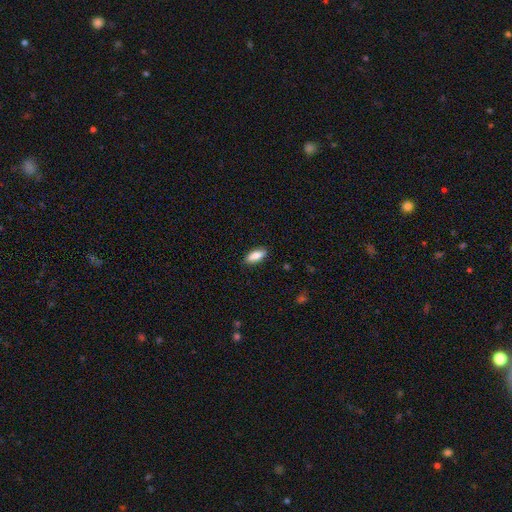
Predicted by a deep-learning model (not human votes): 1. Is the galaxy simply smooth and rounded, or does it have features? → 86% smooth, 8% featured or disk, 6% star or artifact.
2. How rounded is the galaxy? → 80% in between, 18% cigar-shaped, 2% round.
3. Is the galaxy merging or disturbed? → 88% none, 9% minor disturbance, 2% major disturbance, 1% merger.